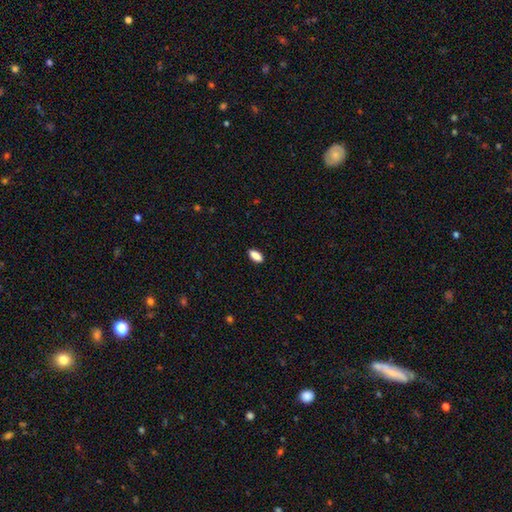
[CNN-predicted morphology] This is clearly a smooth galaxy (88%). How rounded: clearly in between (86%). Merging: clearly none (89%).